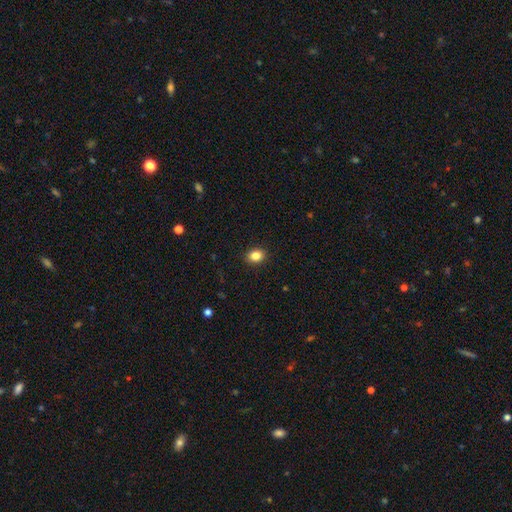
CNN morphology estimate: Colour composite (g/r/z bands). It shows a smooth galaxy with no disk features (85%) that is in between round and cigar-shaped (55%). Merging: none (91%).